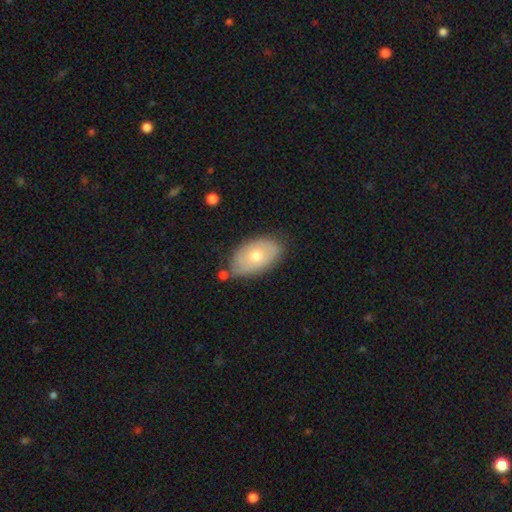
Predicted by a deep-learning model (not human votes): Q: Smooth or featured?
A: smooth (62%); runner-up: featured or disk (32%)
Q: How rounded?
A: in between (92%); runner-up: round (7%)
Q: Merging?
A: none (70%); runner-up: minor disturbance (21%)